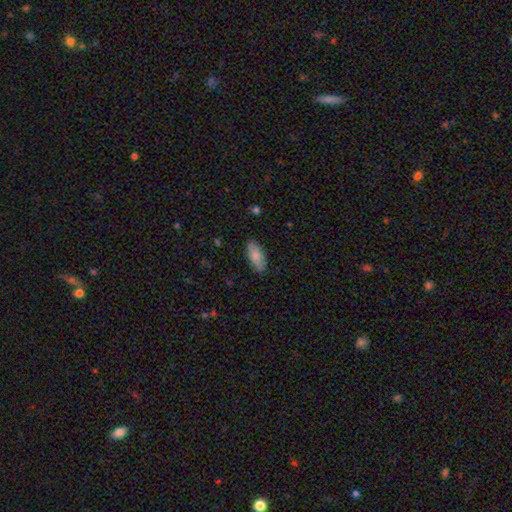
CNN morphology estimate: Q: Smooth or featured?
A: smooth (82%); runner-up: featured or disk (12%)
Q: How rounded?
A: in between (84%); runner-up: cigar-shaped (14%)
Q: Merging?
A: none (85%); runner-up: minor disturbance (11%)